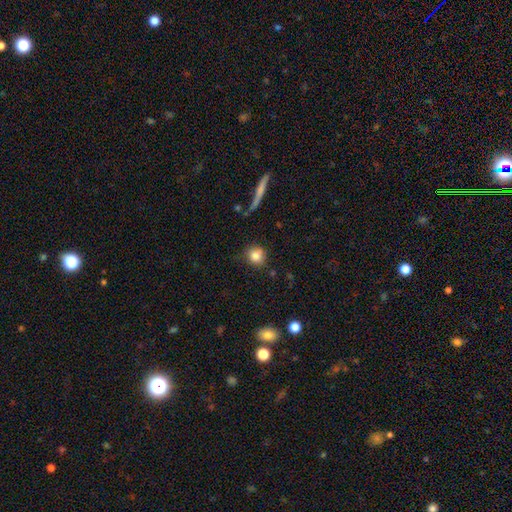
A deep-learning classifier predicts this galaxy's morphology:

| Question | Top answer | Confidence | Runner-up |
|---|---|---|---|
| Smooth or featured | smooth | 84% | star or artifact (9%) |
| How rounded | round | 86% | in between (12%) |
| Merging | none | 80% | minor disturbance (13%) |